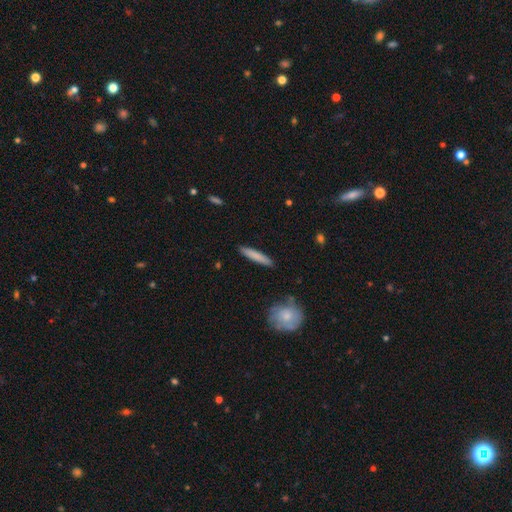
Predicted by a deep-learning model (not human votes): A smooth galaxy with no disk features (79%) that is cigar-shaped (92%). Merging: none (89%).